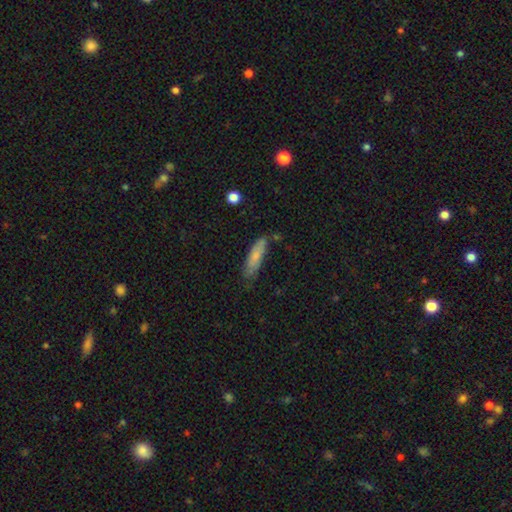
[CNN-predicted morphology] This is likely a smooth galaxy (73%). How rounded: likely cigar-shaped (69%). Merging: likely none (68%).